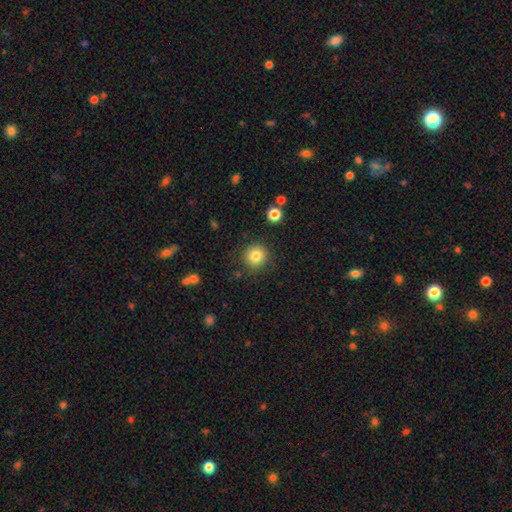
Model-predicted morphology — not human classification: Smooth or featured: smooth — 82% (star or artifact — 11%)
How rounded: round — 91% (in between — 8%)
Merging: none — 86% (minor disturbance — 9%)